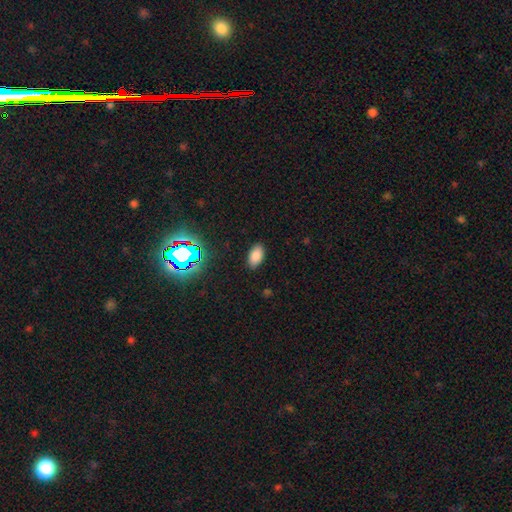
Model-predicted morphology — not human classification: Smooth or featured? smooth (80%)
How rounded? in between (93%)
Merging? none (88%)